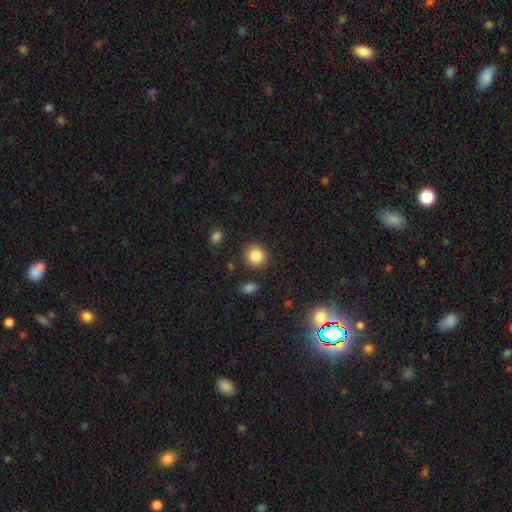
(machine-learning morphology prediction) This appears to be a smooth galaxy with no disk features (86%) that is round (85%). Merging: none (87%).